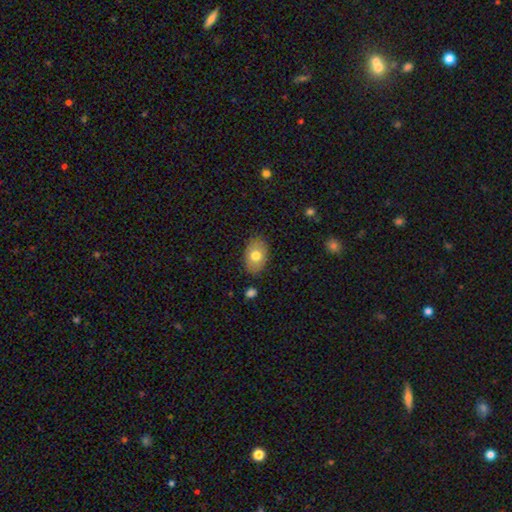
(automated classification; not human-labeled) Smooth or featured: smooth — 75% (featured or disk — 18%)
How rounded: in between — 86% (round — 13%)
Merging: none — 85% (minor disturbance — 11%)